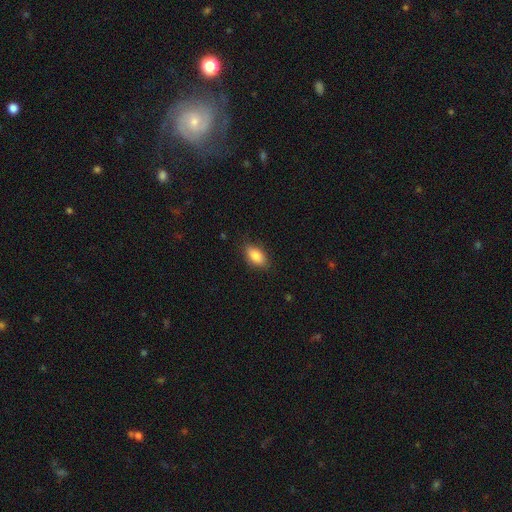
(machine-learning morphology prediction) A smooth galaxy with no disk features (85%) that is in between round and cigar-shaped (90%). Merging: none (84%).